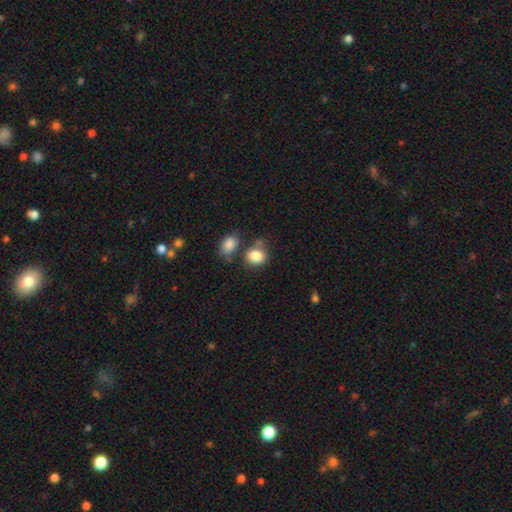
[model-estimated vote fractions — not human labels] smooth 84%, star or artifact 9%, featured or disk 7%. Down the decision tree: how rounded — round (55%); merging — none (56%).